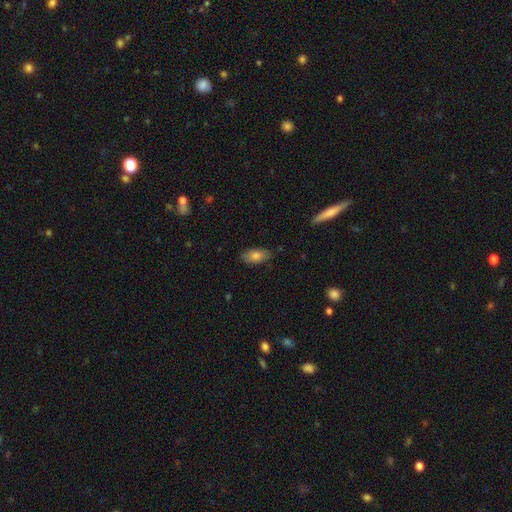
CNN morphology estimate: smooth-or-featured: smooth: 79% | featured or disk: 14% | star or artifact: 7%
  how-rounded: in between: 89% | cigar-shaped: 7% | round: 4%
  merging: none: 78% | minor disturbance: 17% | major disturbance: 3% | merger: 1%